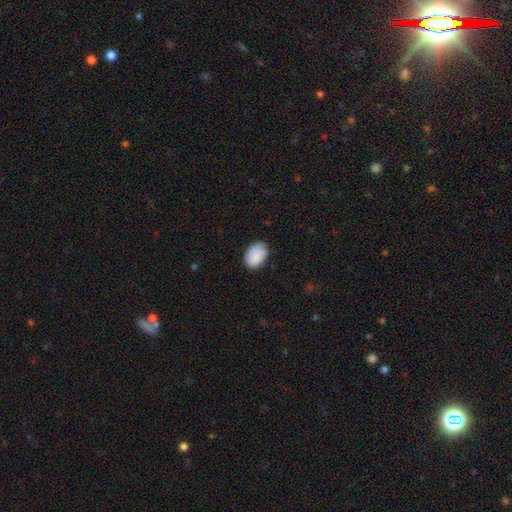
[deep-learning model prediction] Smooth or featured: smooth — 88% (star or artifact — 6%)
How rounded: in between — 84% (round — 15%)
Merging: none — 79% (minor disturbance — 17%)